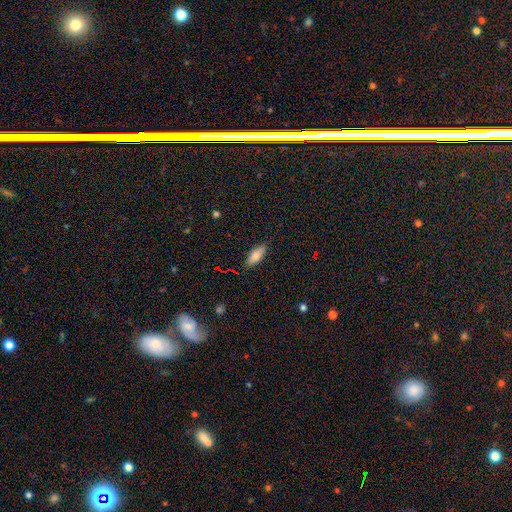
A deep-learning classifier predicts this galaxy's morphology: Q: Smooth or featured?
A: smooth (79%); runner-up: featured or disk (12%)
Q: How rounded?
A: in between (79%); runner-up: cigar-shaped (19%)
Q: Merging?
A: none (83%); runner-up: minor disturbance (13%)